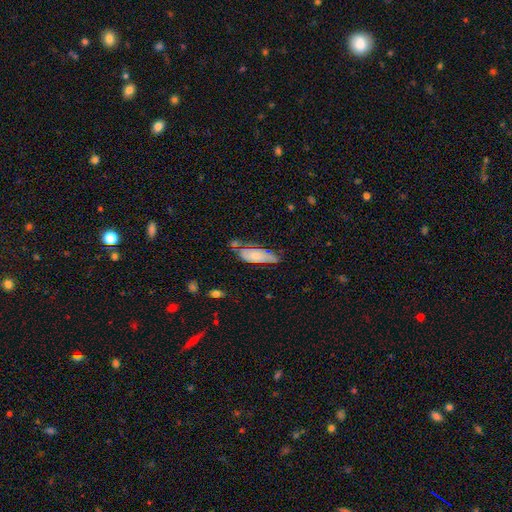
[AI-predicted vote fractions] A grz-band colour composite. It shows a smooth galaxy with no disk features (53%) that is in between round and cigar-shaped (75%). Merging: none (52%).